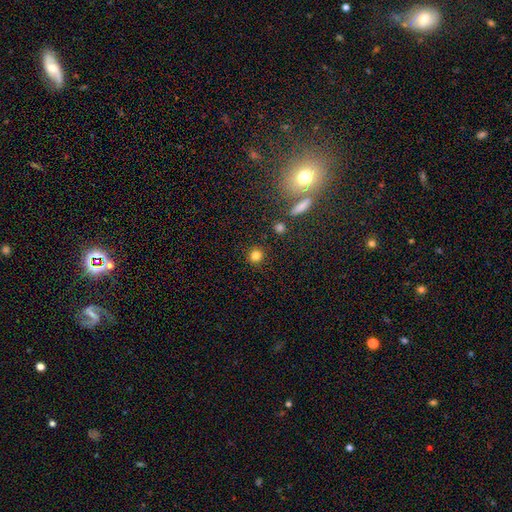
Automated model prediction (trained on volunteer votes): The model was most divided on "smooth or featured": smooth: 82%, star or artifact: 13%, featured or disk: 5%. More confident: how rounded — round (92%); merging — none (88%).